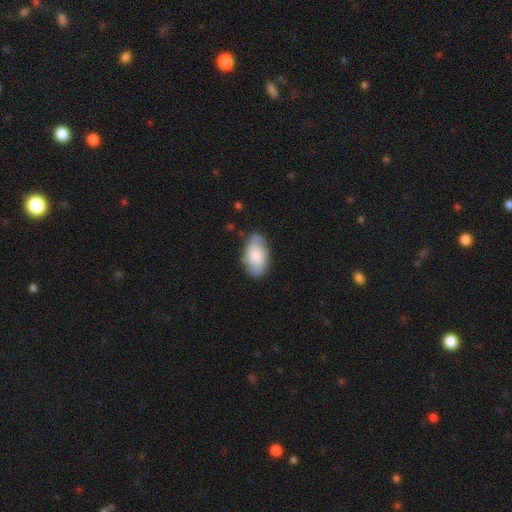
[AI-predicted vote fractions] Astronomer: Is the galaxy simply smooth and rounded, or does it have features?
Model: smooth — 72%.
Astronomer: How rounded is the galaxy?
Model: in between — 94%.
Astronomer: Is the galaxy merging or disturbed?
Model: none — 68%.